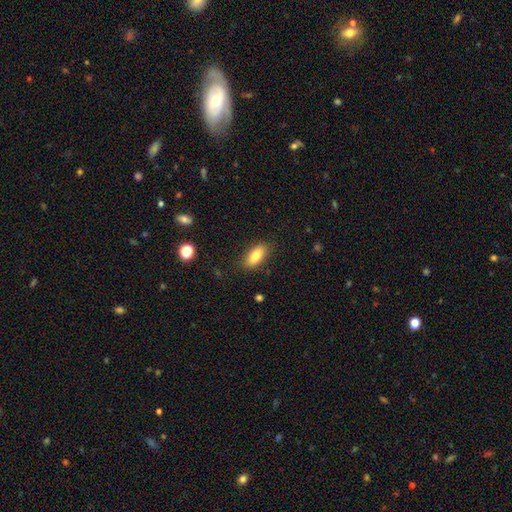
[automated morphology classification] This is clearly a smooth galaxy (81%). How rounded: clearly in between (81%). Merging: clearly none (85%).